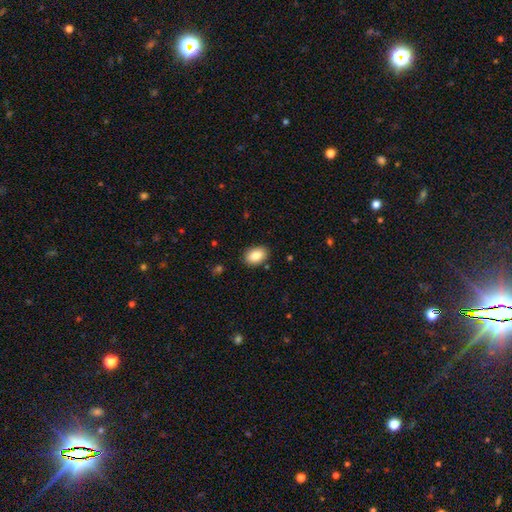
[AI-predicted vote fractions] Smooth or featured? smooth (85%)
How rounded? in between (84%)
Merging? none (87%)